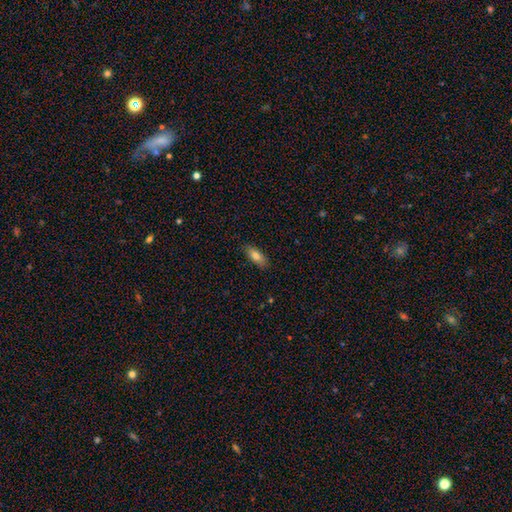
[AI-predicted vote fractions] A smooth galaxy with no disk features (80%) that is in between round and cigar-shaped (77%).

Vote fractions:
- Smooth or featured? smooth: 80% / featured or disk: 13% / star or artifact: 7%
- How rounded? in between: 77% / cigar-shaped: 20% / round: 2%
- Merging? none: 86% / minor disturbance: 11% / major disturbance: 2% / merger: 1%